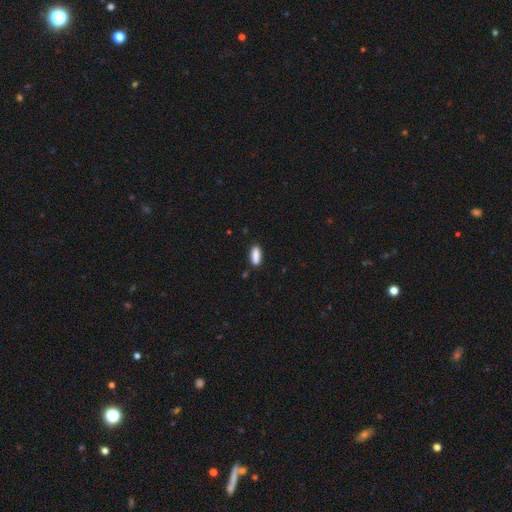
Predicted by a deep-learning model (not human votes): smooth-or-featured: smooth: 88% | star or artifact: 7% | featured or disk: 5%
  how-rounded: in between: 71% | cigar-shaped: 27% | round: 2%
  merging: none: 83% | minor disturbance: 12% | merger: 3% | major disturbance: 2%